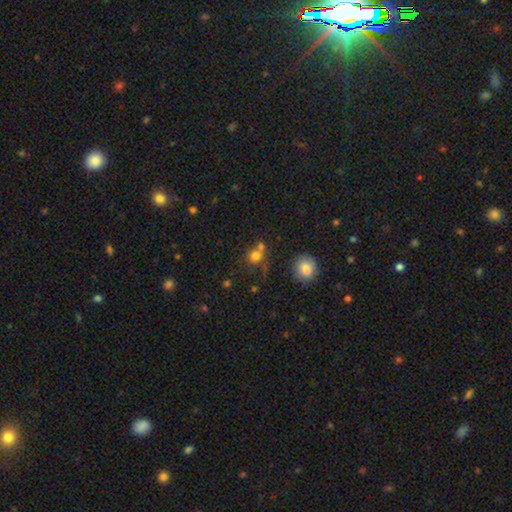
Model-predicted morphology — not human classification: Q: Smooth or featured?
A: smooth (75%); runner-up: star or artifact (15%)
Q: How rounded?
A: round (85%); runner-up: in between (14%)
Q: Merging?
A: none (50%); runner-up: merger (35%)